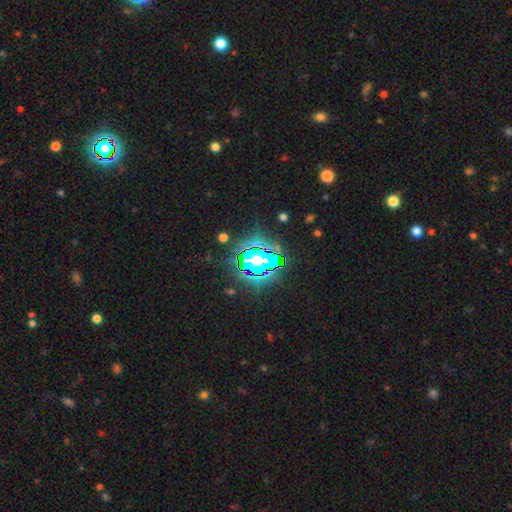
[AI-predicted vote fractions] Overall: star or artifact (81%).